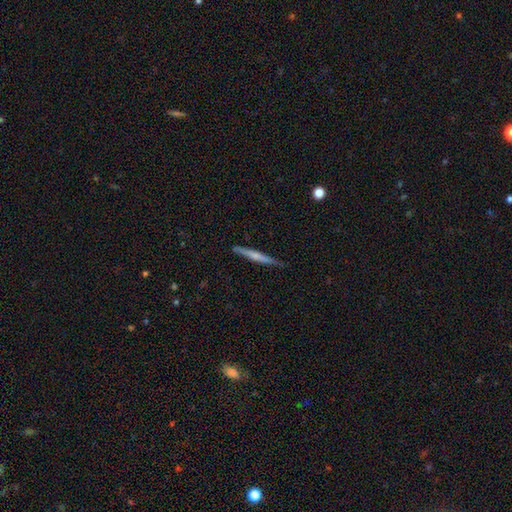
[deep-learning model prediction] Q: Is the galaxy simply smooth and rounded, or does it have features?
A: smooth — 48%.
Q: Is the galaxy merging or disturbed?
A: none — 86%.